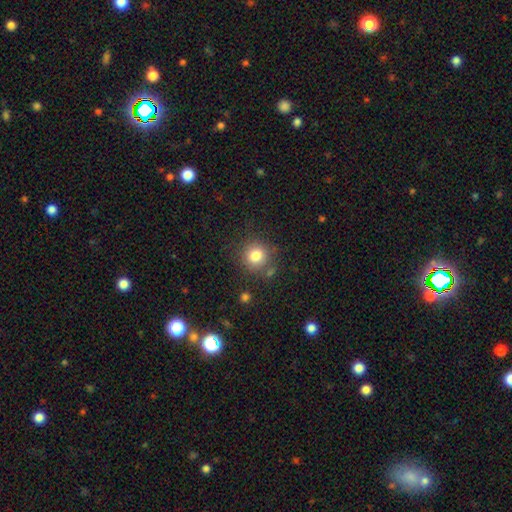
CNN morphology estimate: Smooth or featured? Predicted: smooth (p=0.82). How rounded? Predicted: round (p=0.90). Merging? Predicted: none (p=0.81).